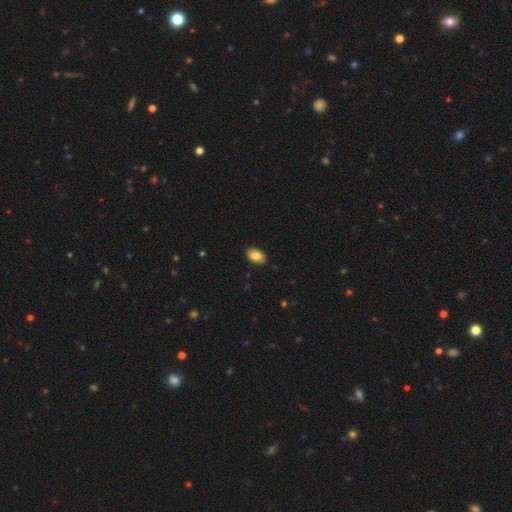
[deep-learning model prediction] Smooth or featured?
  - smooth: 85% *
  - featured or disk: 8%
  - star or artifact: 7%
How rounded?
  - in between: 92% *
  - round: 7%
  - cigar-shaped: 1%
Merging?
  - none: 89% *
  - minor disturbance: 8%
  - major disturbance: 2%
  - merger: 1%